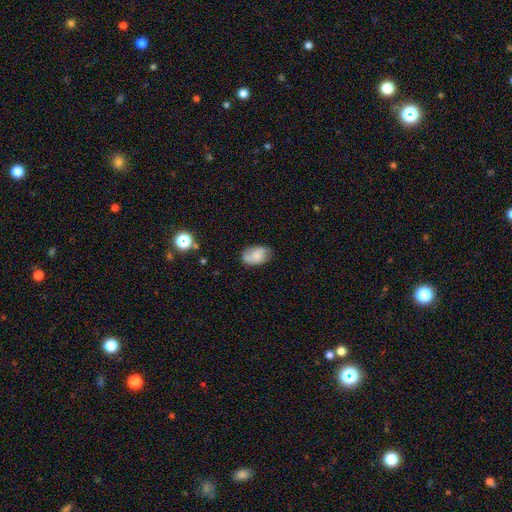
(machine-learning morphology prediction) Q: Smooth or featured?
A: smooth (63%); runner-up: featured or disk (28%)
Q: How rounded?
A: in between (86%); runner-up: round (13%)
Q: Merging?
A: none (63%); runner-up: minor disturbance (27%)